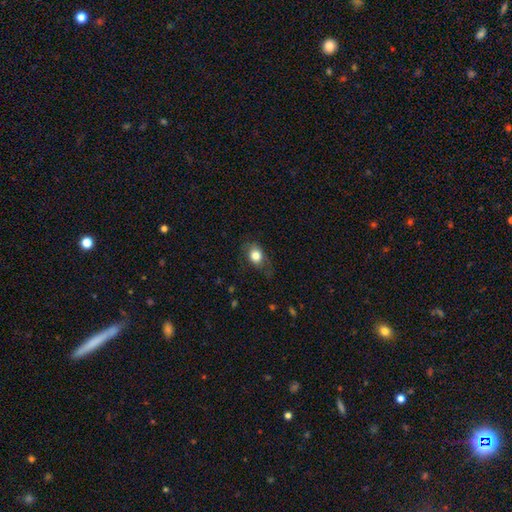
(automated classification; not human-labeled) smooth_or_featured: smooth (p=0.78) [alt: featured or disk p=0.13]
how_rounded: in between (p=0.63) [alt: round p=0.35]
merging: none (p=0.60) [alt: minor disturbance p=0.25]